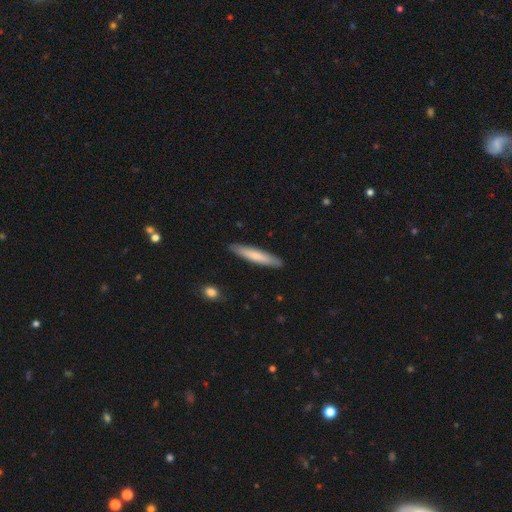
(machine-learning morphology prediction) Smooth or featured? Predicted: smooth (p=0.71). How rounded? Predicted: cigar-shaped (p=0.91). Merging? Predicted: none (p=0.90).